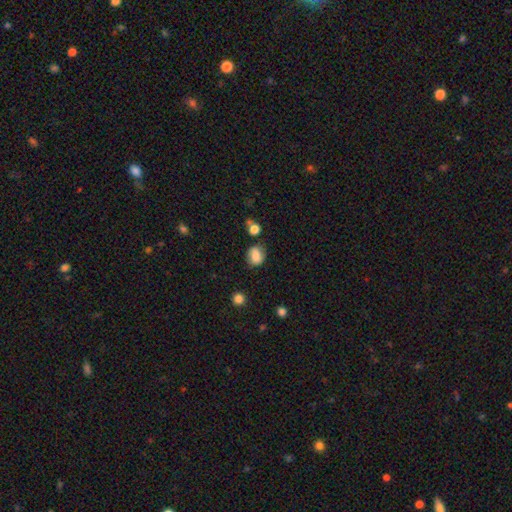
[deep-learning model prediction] This appears to be a smooth galaxy with no disk features (75%) that is round (50%). Merging: none (68%).